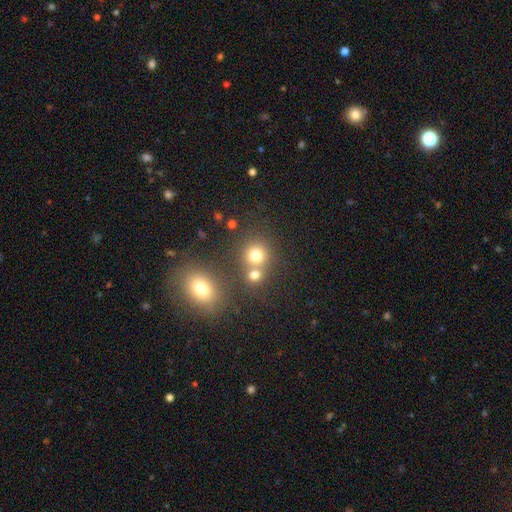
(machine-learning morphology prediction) Smooth or featured? Predicted: smooth (p=0.75). How rounded? Predicted: round (p=0.85). Merging? Predicted: none (p=0.56).